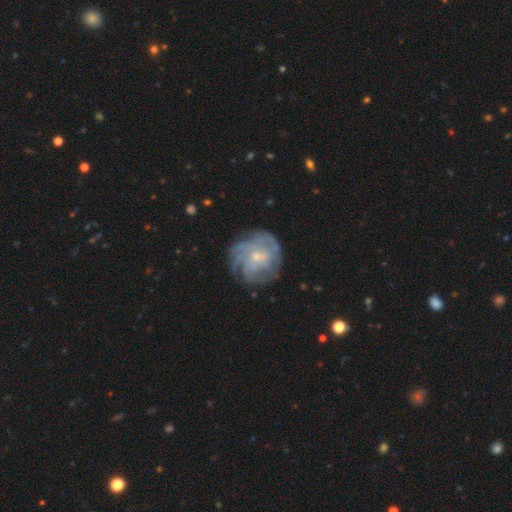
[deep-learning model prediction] Smooth or featured: featured or disk — 69% (smooth — 22%)
Edge-on disk: no — 97% (yes — 3%)
Bar: no — 73% (weak — 24%)
Spiral arms: yes — 77% (no — 23%)
Spiral winding: tight — 54% (medium — 30%)
Spiral arm count: can't tell — 51% (4 — 16%)
Bulge size: small — 65% (moderate — 28%)
Merging: none — 70% (minor disturbance — 18%)